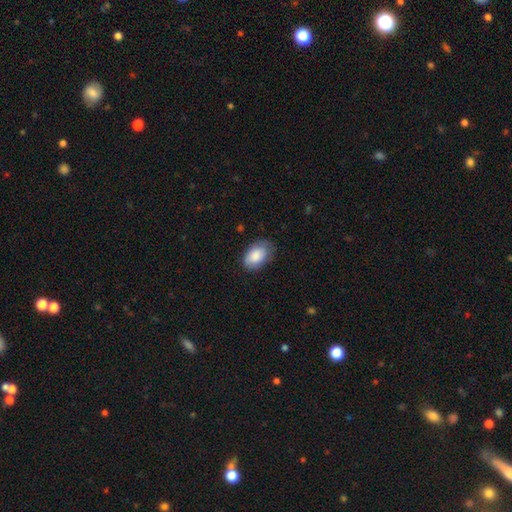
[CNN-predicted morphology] Q: Smooth or featured?
A: smooth (84%); runner-up: featured or disk (9%)
Q: How rounded?
A: in between (90%); runner-up: round (9%)
Q: Merging?
A: none (73%); runner-up: minor disturbance (21%)